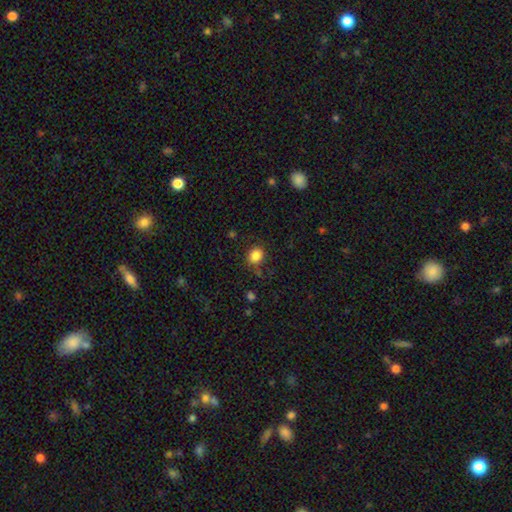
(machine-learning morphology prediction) Q: Smooth or featured?
A: smooth (85%); runner-up: star or artifact (10%)
Q: How rounded?
A: round (64%); runner-up: in between (35%)
Q: Merging?
A: none (78%); runner-up: minor disturbance (15%)